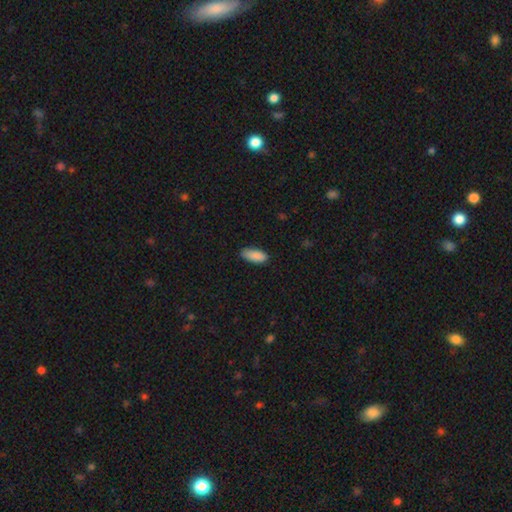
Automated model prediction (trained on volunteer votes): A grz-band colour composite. It shows a smooth galaxy with no disk features (89%) that is in between round and cigar-shaped (84%). Merging: none (81%).